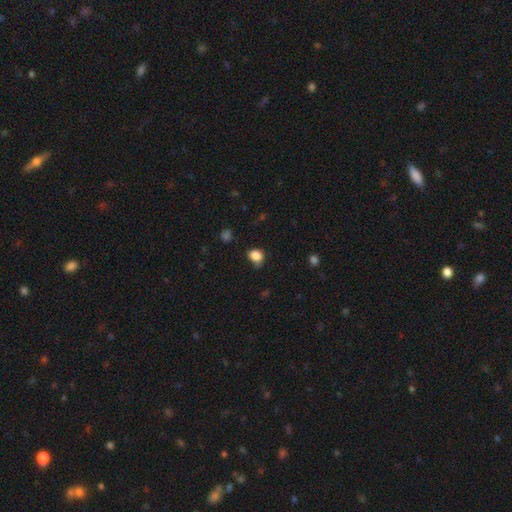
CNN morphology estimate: The model was most divided on "how rounded": round: 62%, in between: 37%, cigar-shaped: 1%. More confident: smooth or featured — smooth (85%); merging — none (63%).